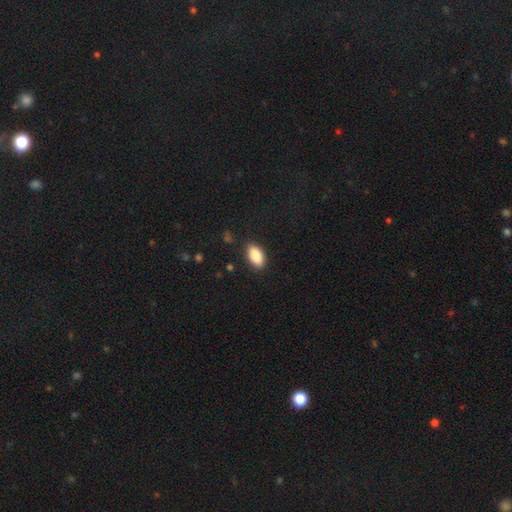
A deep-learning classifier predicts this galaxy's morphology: A smooth galaxy with no disk features (88%) that is in between round and cigar-shaped (92%). Merging: none (87%).